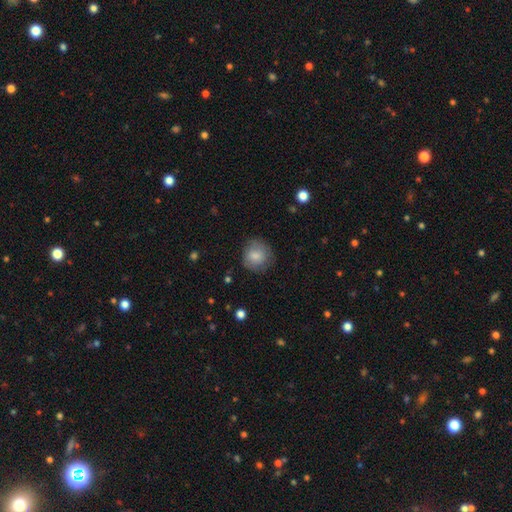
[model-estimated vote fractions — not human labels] Smooth or featured?
  - smooth: 81% *
  - featured or disk: 12%
  - star or artifact: 7%
How rounded?
  - round: 89% *
  - in between: 10%
  - cigar-shaped: 1%
Merging?
  - none: 78% *
  - minor disturbance: 16%
  - major disturbance: 5%
  - merger: 1%